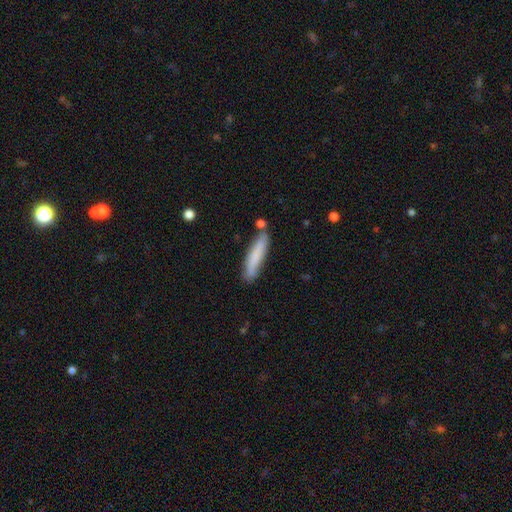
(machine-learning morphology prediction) A smooth galaxy with no disk features (74%) that is cigar-shaped (88%).

Vote fractions:
- Smooth or featured? smooth: 74% / featured or disk: 19% / star or artifact: 6%
- How rounded? cigar-shaped: 88% / in between: 11% / round: 1%
- Merging? none: 77% / minor disturbance: 15% / merger: 6% / major disturbance: 3%